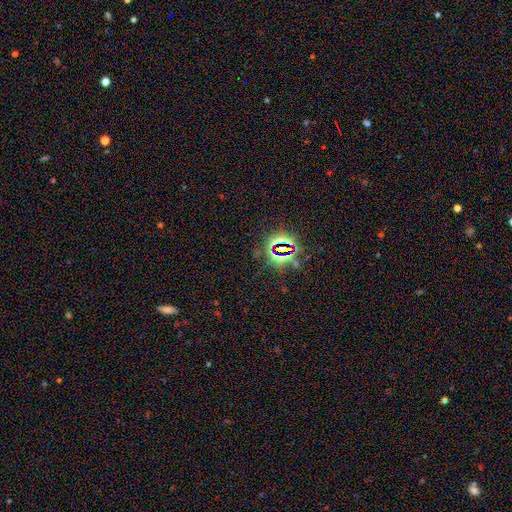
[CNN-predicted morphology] A star or artifact, not a galaxy (79%).

Vote fractions:
- Smooth or featured? star or artifact: 79% / smooth: 13% / featured or disk: 8%